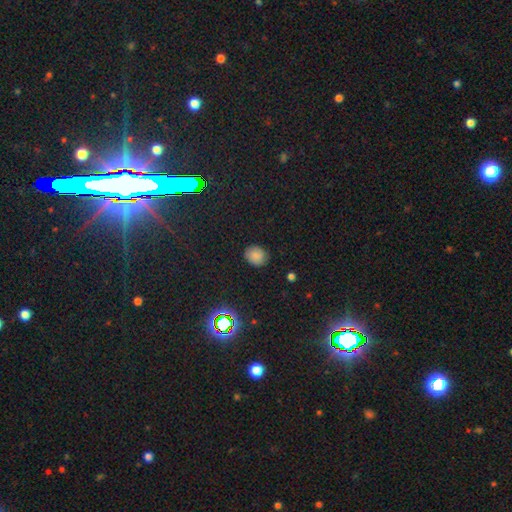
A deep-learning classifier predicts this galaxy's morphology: This appears to be a smooth galaxy with no disk features (79%) that is round (67%). Merging: none (86%).